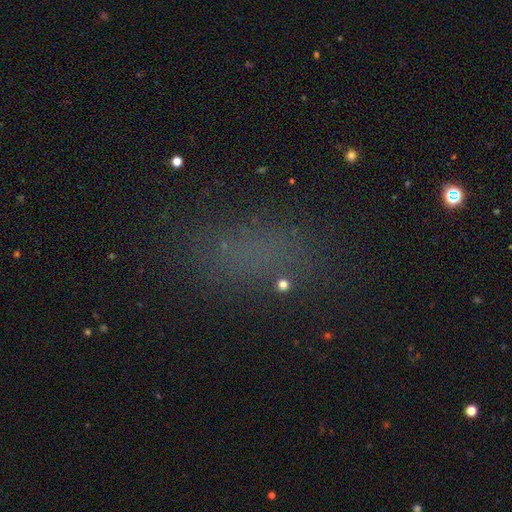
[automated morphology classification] Smooth or featured? smooth (60%)
How rounded? in between (75%)
Merging? none (79%)